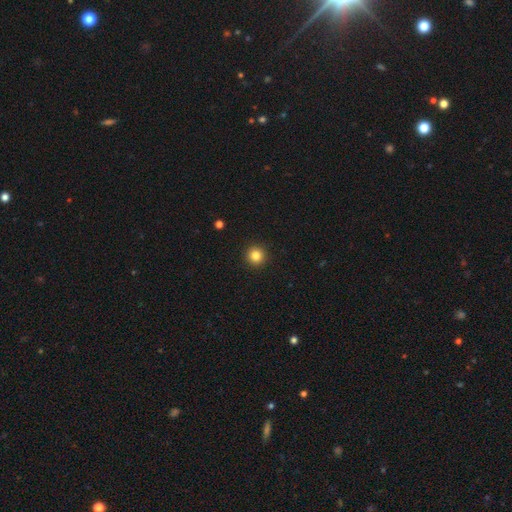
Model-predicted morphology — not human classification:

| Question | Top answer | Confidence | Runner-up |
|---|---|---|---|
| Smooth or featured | smooth | 83% | star or artifact (12%) |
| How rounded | round | 95% | in between (4%) |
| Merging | none | 93% | minor disturbance (4%) |